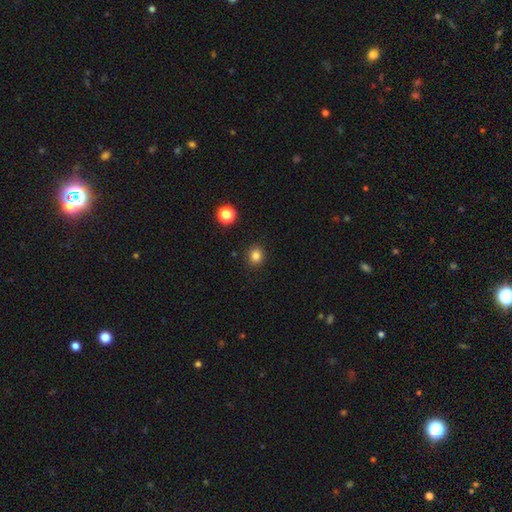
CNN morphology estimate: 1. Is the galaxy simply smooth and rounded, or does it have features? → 83% smooth, 13% star or artifact, 5% featured or disk.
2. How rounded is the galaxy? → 81% round, 18% in between, 1% cigar-shaped.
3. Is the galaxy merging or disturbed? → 89% none, 7% minor disturbance, 2% major disturbance, 2% merger.